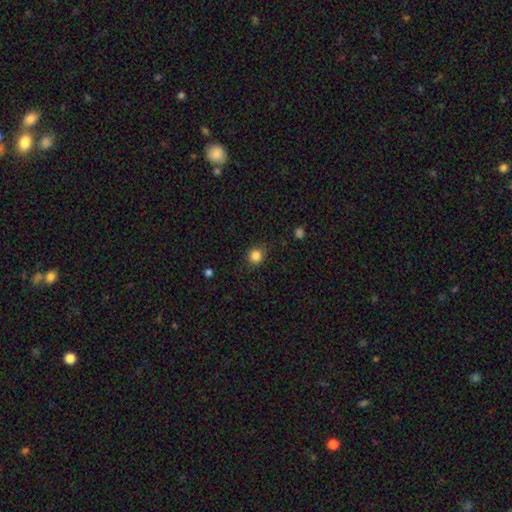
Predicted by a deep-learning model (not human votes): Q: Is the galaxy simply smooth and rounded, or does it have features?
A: smooth — 85%.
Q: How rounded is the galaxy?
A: round — 86%.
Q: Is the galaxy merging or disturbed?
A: none — 84%.